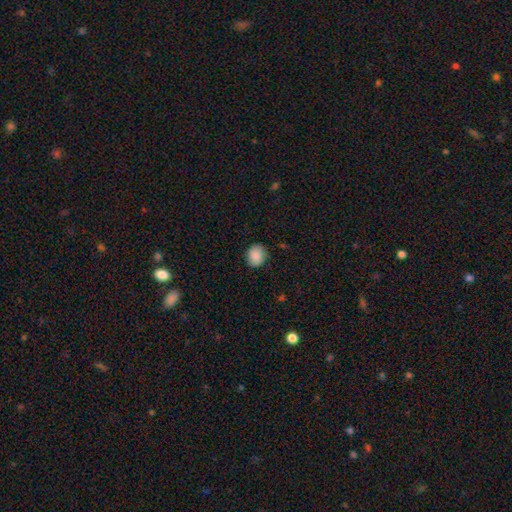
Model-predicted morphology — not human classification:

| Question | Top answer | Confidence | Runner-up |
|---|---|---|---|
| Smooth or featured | smooth | 87% | star or artifact (7%) |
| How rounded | round | 68% | in between (31%) |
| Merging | none | 84% | minor disturbance (12%) |